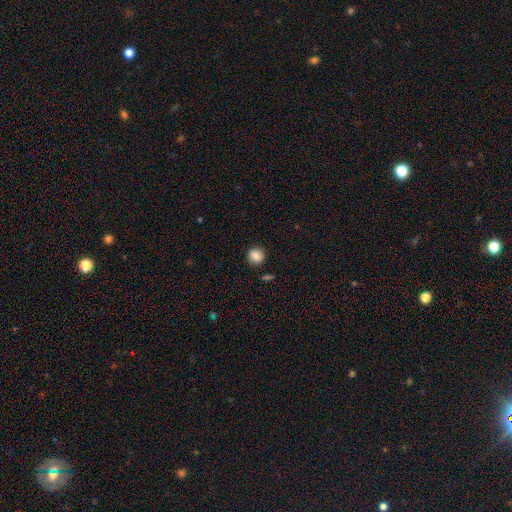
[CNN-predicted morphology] smooth-or-featured: smooth: 84% | star or artifact: 9% | featured or disk: 7%
  how-rounded: round: 78% | in between: 21% | cigar-shaped: 1%
  merging: none: 82% | minor disturbance: 12% | major disturbance: 3% | merger: 2%